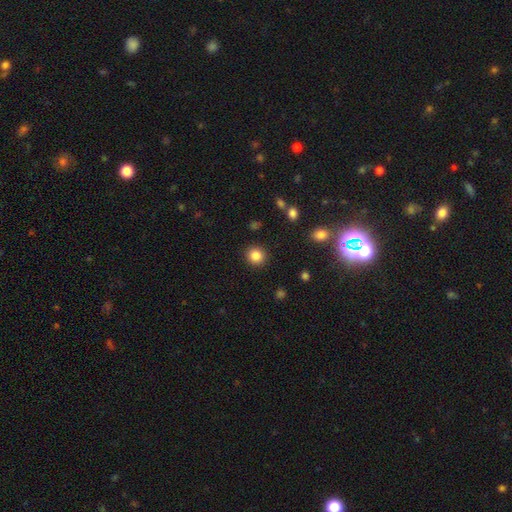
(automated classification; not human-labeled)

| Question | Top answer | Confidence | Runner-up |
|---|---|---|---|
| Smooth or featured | smooth | 85% | star or artifact (10%) |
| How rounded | round | 91% | in between (8%) |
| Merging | none | 91% | minor disturbance (6%) |